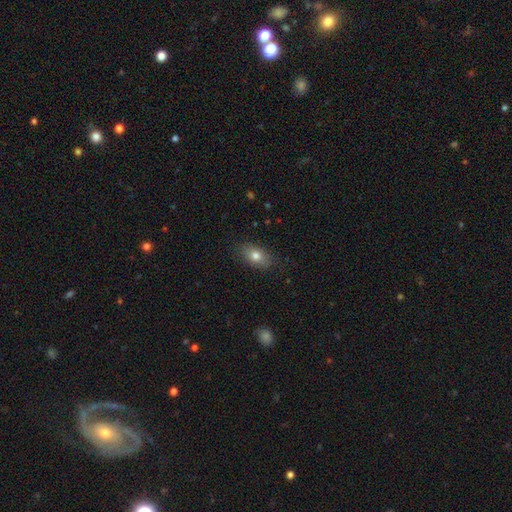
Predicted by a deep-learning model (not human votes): Morphology: type=smooth (78%); roundness=in between (85%); merging=none (84%).